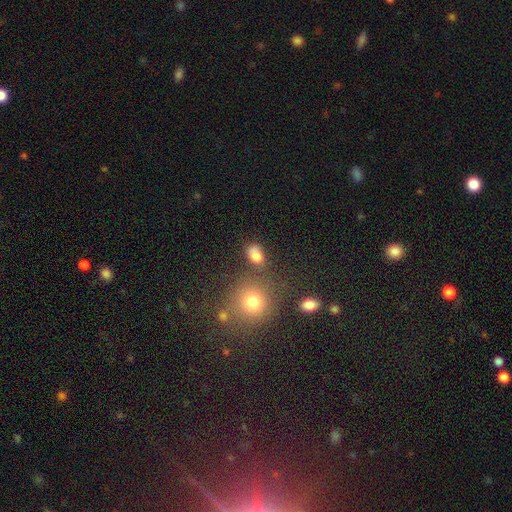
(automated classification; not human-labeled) Q: Smooth or featured?
A: smooth (79%); runner-up: star or artifact (13%)
Q: How rounded?
A: in between (73%); runner-up: round (25%)
Q: Merging?
A: none (64%); runner-up: minor disturbance (17%)